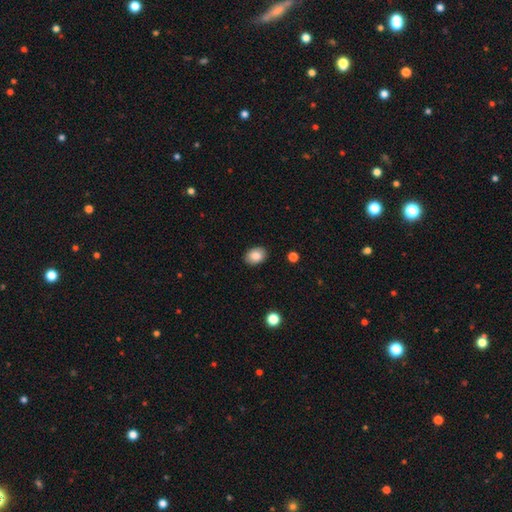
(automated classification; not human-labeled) This is clearly a smooth galaxy (86%). How rounded: likely in between (71%). Merging: clearly none (89%).